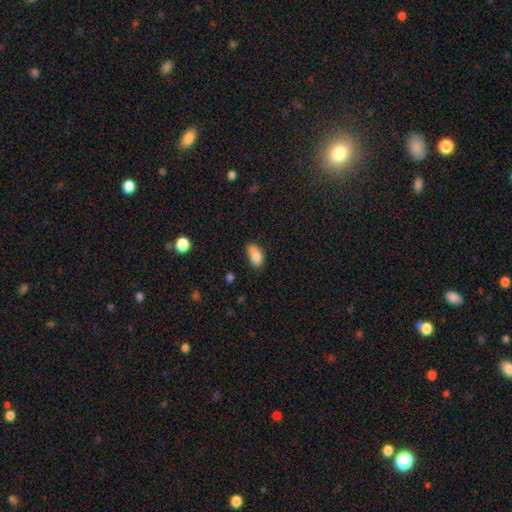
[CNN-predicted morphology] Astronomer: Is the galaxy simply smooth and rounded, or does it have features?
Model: smooth — 84%.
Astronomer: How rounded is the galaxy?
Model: in between — 90%.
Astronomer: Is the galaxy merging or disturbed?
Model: none — 52% (runner-up: minor disturbance, 33%).